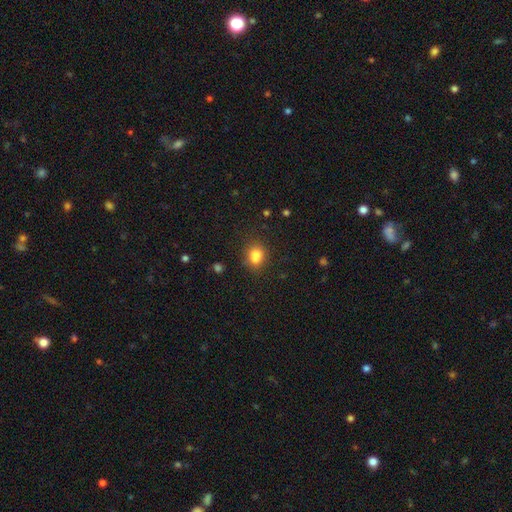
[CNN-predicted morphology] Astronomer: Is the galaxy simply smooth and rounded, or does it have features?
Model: smooth — 80%.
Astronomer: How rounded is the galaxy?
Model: round — 52% (runner-up: in between, 46%).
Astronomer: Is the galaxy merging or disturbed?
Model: none — 61%.